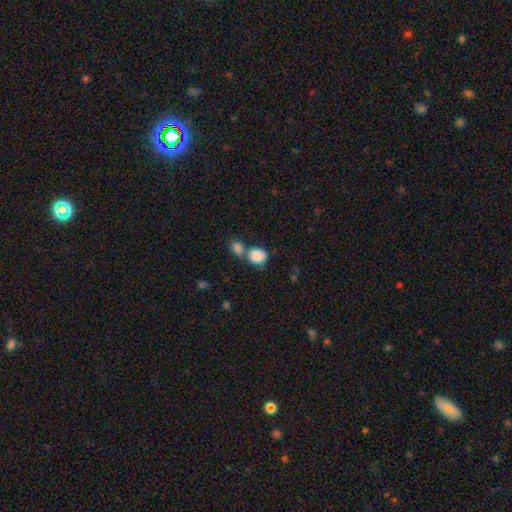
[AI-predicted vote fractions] This is clearly a smooth galaxy (85%). How rounded: likely round (70%). Merging: possibly merger (47%).